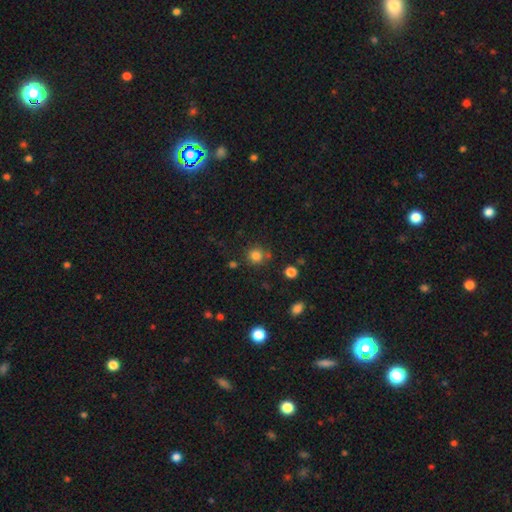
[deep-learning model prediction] smooth-or-featured: smooth: 81% | star or artifact: 14% | featured or disk: 5%
  how-rounded: round: 91% | in between: 8% | cigar-shaped: 1%
  merging: none: 77% | minor disturbance: 11% | merger: 9% | major disturbance: 4%